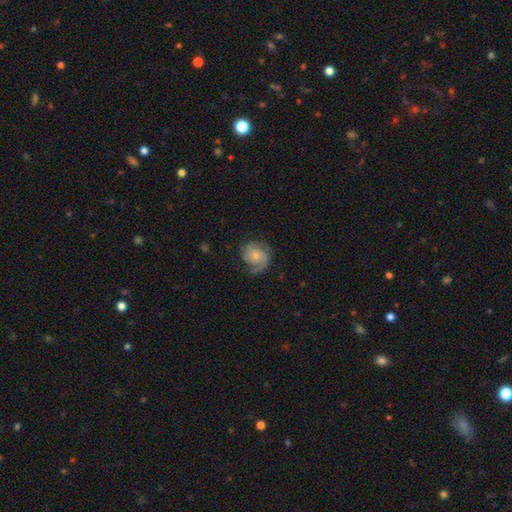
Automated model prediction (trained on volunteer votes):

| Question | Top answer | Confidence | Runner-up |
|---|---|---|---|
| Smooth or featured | featured or disk | 71% | smooth (22%) |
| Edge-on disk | no | 98% | yes (2%) |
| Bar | no | 72% | weak (25%) |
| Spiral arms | yes | 95% | no (5%) |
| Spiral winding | tight | 43% | medium (40%) |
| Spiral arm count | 2 | 53% | 1 (24%) |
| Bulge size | moderate | 42% | small (40%) |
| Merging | none | 68% | minor disturbance (20%) |